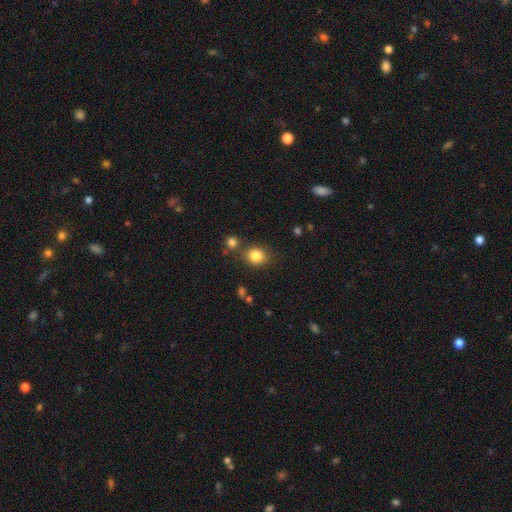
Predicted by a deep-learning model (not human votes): Smooth or featured: smooth — 83% (star or artifact — 11%)
How rounded: round — 64% (in between — 35%)
Merging: none — 74% (minor disturbance — 12%)